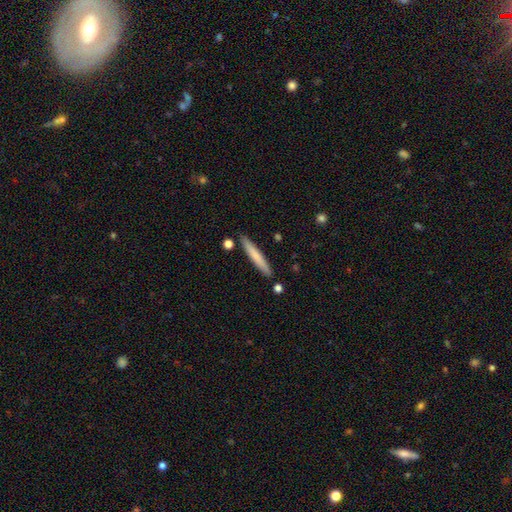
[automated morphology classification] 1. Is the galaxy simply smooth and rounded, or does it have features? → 71% smooth, 24% featured or disk, 5% star or artifact.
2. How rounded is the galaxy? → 95% cigar-shaped, 4% in between, 1% round.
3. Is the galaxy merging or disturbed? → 87% none, 8% minor disturbance, 3% merger, 2% major disturbance.